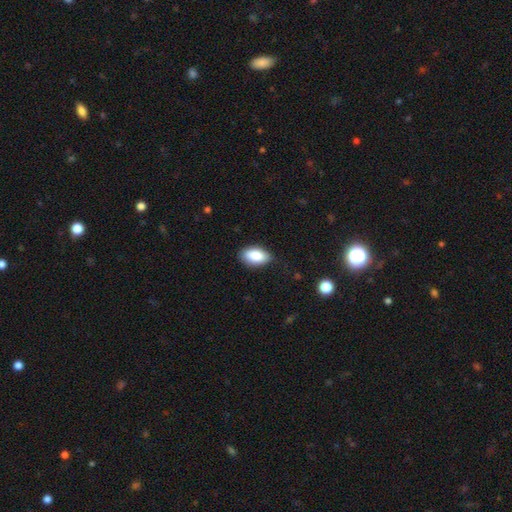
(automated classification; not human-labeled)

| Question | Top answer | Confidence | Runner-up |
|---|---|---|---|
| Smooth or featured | smooth | 86% | featured or disk (7%) |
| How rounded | in between | 92% | round (6%) |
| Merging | none | 81% | minor disturbance (15%) |